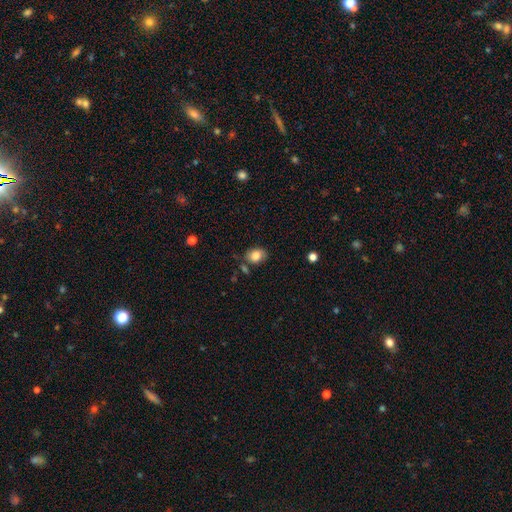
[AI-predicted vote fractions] Smooth or featured? smooth (82%)
How rounded? in between (63%)
Merging? none (73%)